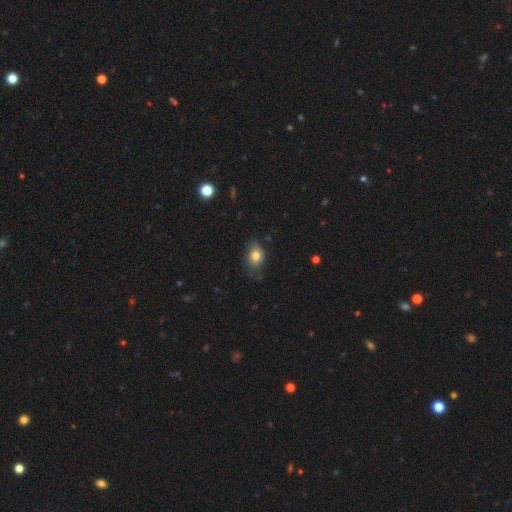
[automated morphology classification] smooth_or_featured: smooth (p=0.79) [alt: featured or disk p=0.11]
how_rounded: in between (p=0.75) [alt: round p=0.23]
merging: none (p=0.60) [alt: minor disturbance p=0.30]